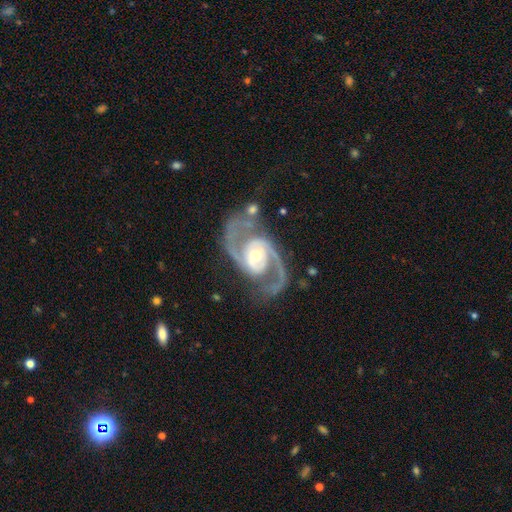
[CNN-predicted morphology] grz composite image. It shows a featured or disk galaxy (93%) with no bar (53%), 2 (93%) medium (58%) spiral arms (98%) and a moderate central bulge (69%). Merging: none (70%).